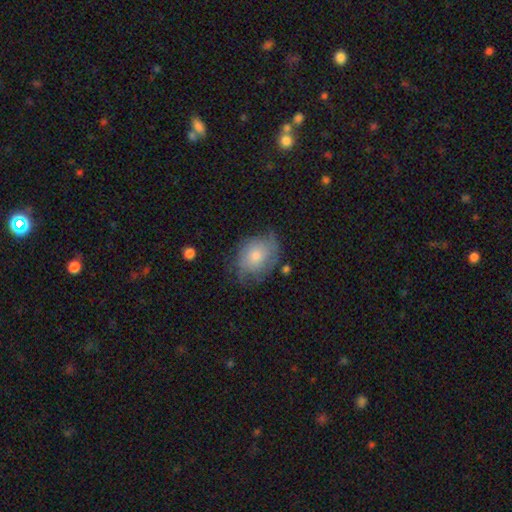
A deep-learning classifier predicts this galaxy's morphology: The model was most divided on "smooth or featured": smooth: 52%, featured or disk: 39%, star or artifact: 8%. More confident: how rounded — in between (63%); merging — none (55%).